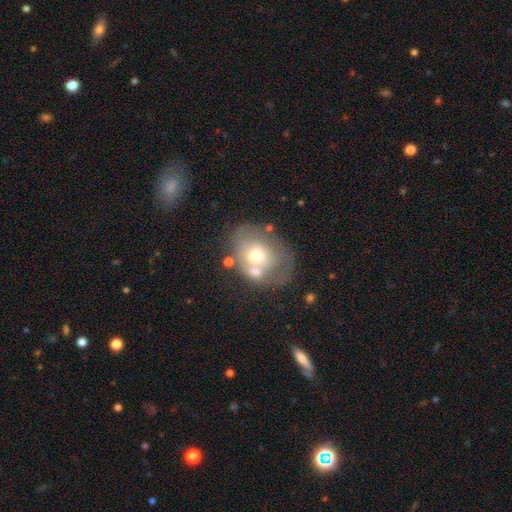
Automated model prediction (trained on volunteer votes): smooth-or-featured: smooth: 49% | featured or disk: 42% | star or artifact: 9%
  merging: none: 42% | minor disturbance: 23% | merger: 20% | major disturbance: 16%